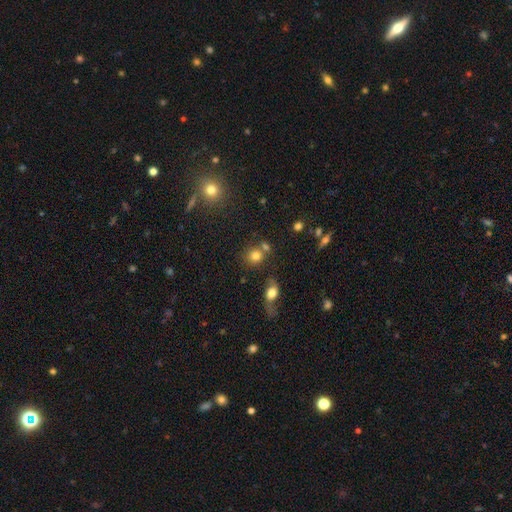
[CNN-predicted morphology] Smooth or featured: smooth — 78% (star or artifact — 14%)
How rounded: round — 83% (in between — 16%)
Merging: none — 62% (merger — 23%)